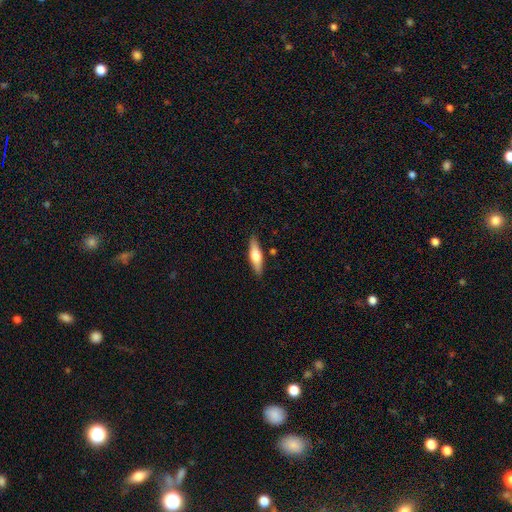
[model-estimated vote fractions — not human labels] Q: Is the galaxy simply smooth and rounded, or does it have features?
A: smooth — 53%.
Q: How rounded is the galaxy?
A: cigar-shaped — 59%.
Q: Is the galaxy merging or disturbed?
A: none — 86%.